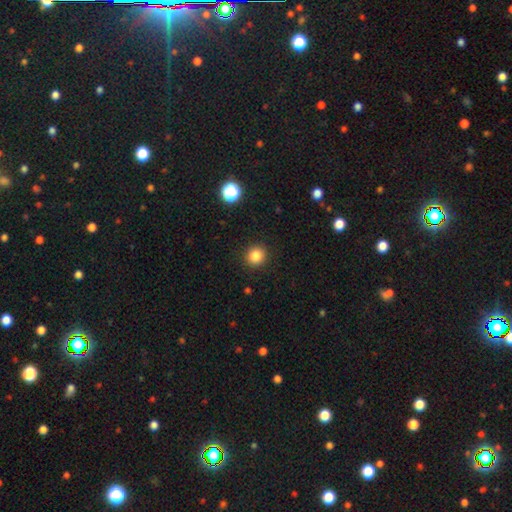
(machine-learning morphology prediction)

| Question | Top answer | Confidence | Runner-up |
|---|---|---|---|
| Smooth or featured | smooth | 84% | star or artifact (11%) |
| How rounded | round | 90% | in between (9%) |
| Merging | none | 92% | minor disturbance (5%) |